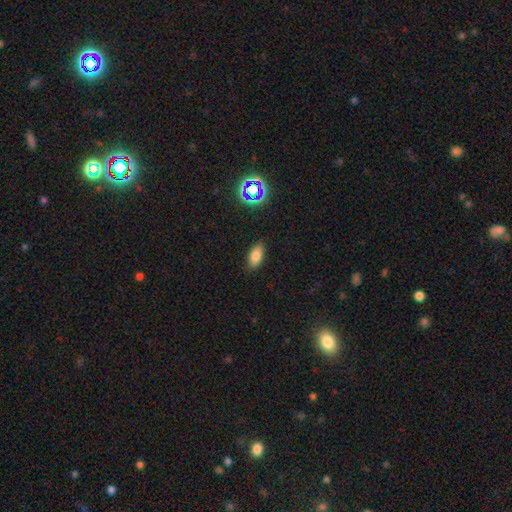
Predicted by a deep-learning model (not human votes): Q: Smooth or featured?
A: smooth (78%); runner-up: star or artifact (12%)
Q: How rounded?
A: in between (89%); runner-up: cigar-shaped (6%)
Q: Merging?
A: none (86%); runner-up: minor disturbance (11%)